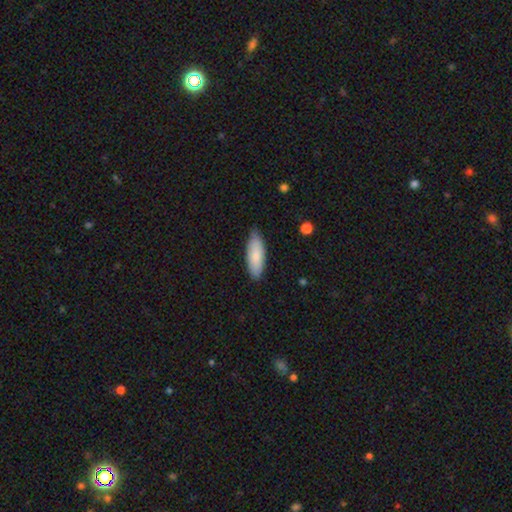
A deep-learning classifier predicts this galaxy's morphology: smooth-or-featured: smooth: 84% | featured or disk: 11% | star or artifact: 5%
  how-rounded: in between: 64% | cigar-shaped: 35% | round: 1%
  merging: none: 82% | minor disturbance: 15% | major disturbance: 2% | merger: 1%